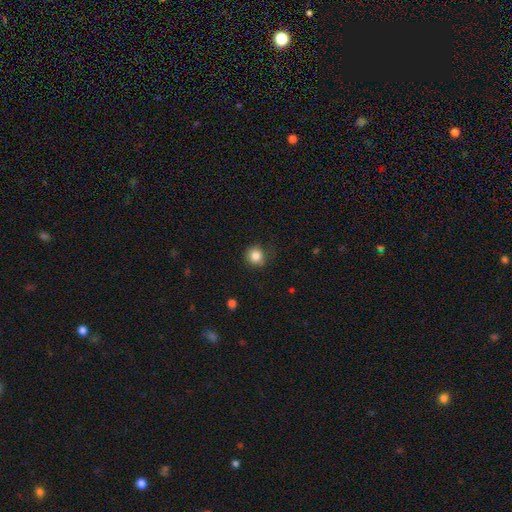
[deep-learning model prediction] A smooth galaxy with no disk features (84%) that is round (89%).

Vote fractions:
- Smooth or featured? smooth: 84% / star or artifact: 10% / featured or disk: 6%
- How rounded? round: 89% / in between: 10% / cigar-shaped: 1%
- Merging? none: 76% / minor disturbance: 18% / major disturbance: 5% / merger: 1%